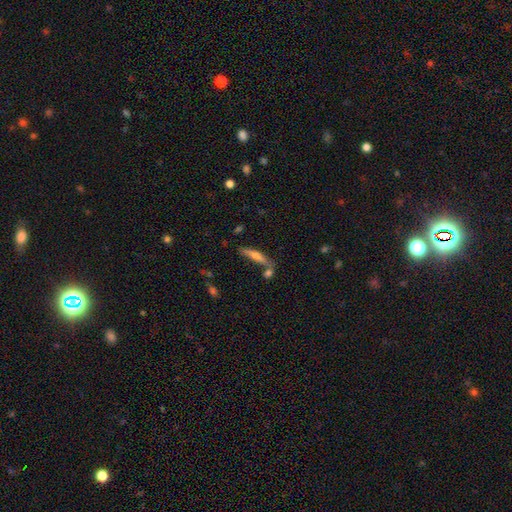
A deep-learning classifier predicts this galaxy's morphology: smooth-or-featured: featured or disk: 48% | smooth: 44% | star or artifact: 8%
  merging: none: 70% | merger: 15% | minor disturbance: 12% | major disturbance: 4%